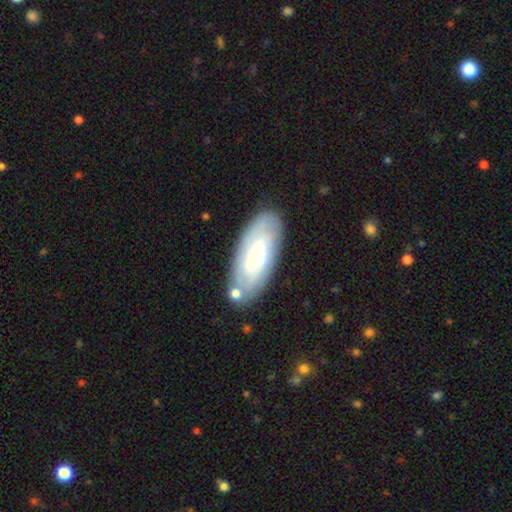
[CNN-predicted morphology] Smooth or featured? Predicted: featured or disk (p=0.51). Edge-on disk? Predicted: no (p=0.86). Merging? Predicted: none (p=0.78).